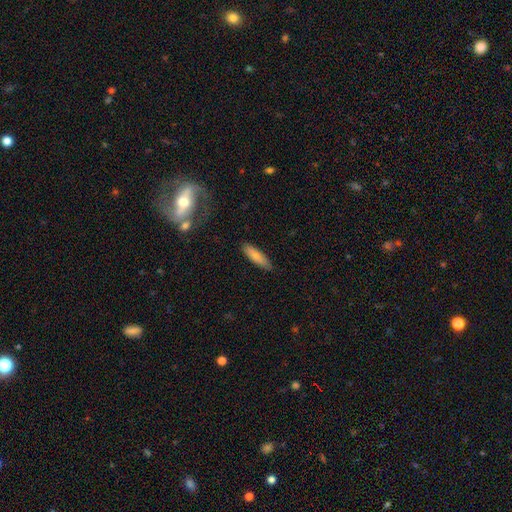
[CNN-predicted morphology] type=smooth (83%); roundness=cigar-shaped (67%); merging=none (86%).